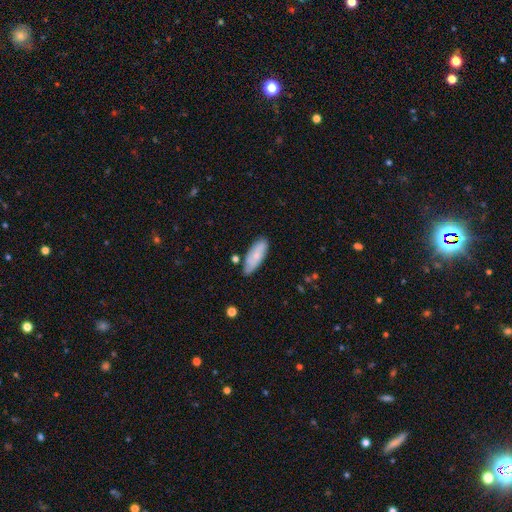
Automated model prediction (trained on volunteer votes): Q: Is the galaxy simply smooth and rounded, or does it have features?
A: smooth — 70%.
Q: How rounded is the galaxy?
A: in between — 71%.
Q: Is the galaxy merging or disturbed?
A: none — 72%.